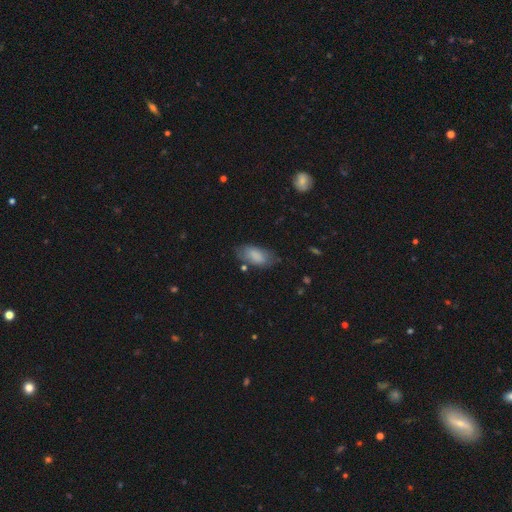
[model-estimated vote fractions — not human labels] Morphology: type=smooth (83%); roundness=in between (92%); merging=none (69%).